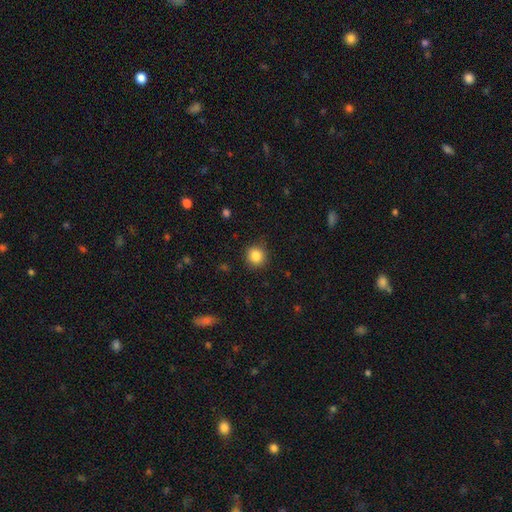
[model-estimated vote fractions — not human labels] Q: Smooth or featured?
A: smooth (85%); runner-up: star or artifact (10%)
Q: How rounded?
A: round (90%); runner-up: in between (9%)
Q: Merging?
A: none (88%); runner-up: minor disturbance (8%)